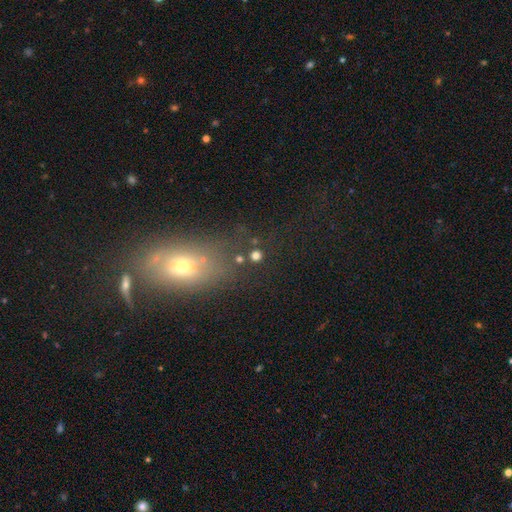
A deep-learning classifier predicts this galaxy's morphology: Overall: smooth (71%). How rounded: round (90%). Merging: none (76%).